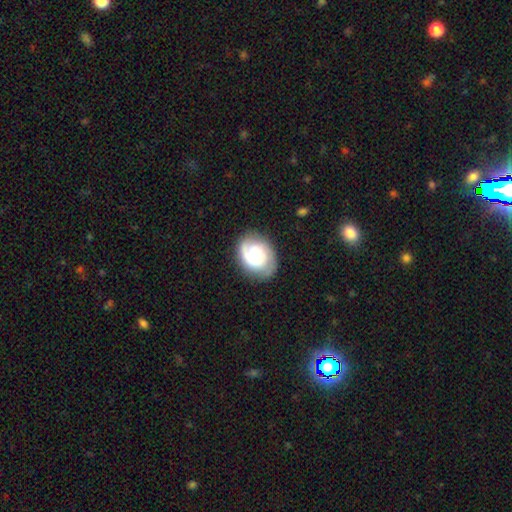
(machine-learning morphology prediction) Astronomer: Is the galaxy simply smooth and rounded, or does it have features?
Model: featured or disk — 66%.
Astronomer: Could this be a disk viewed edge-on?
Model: no — 97%.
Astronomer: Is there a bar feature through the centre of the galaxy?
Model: no — 69%.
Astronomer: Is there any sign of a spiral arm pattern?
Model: yes — 92%.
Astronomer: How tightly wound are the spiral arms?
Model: tight — 46% (runner-up: medium, 38%).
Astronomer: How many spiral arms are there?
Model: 2 — 53%.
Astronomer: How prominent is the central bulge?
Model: moderate — 46% (runner-up: small, 25%).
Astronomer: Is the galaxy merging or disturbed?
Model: none — 77%.